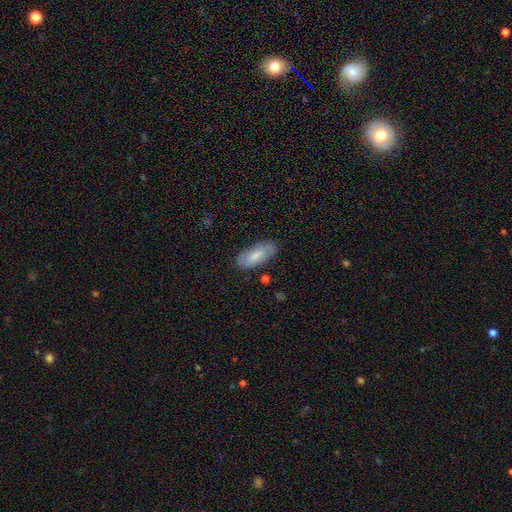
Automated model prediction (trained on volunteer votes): Q: Smooth or featured?
A: smooth (73%); runner-up: featured or disk (21%)
Q: How rounded?
A: in between (84%); runner-up: cigar-shaped (14%)
Q: Merging?
A: none (83%); runner-up: minor disturbance (13%)